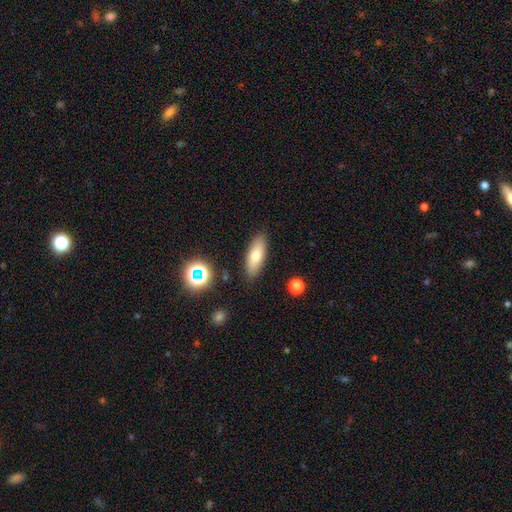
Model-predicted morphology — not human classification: Smooth or featured? smooth (70%)
How rounded? in between (66%)
Merging? none (87%)